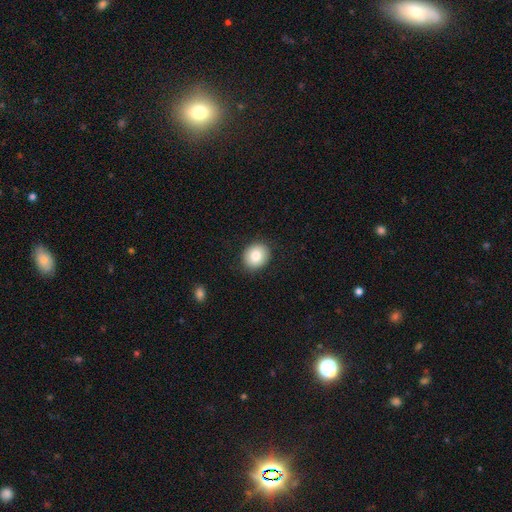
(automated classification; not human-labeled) Morphology: type=smooth (82%); roundness=round (67%); merging=none (88%).